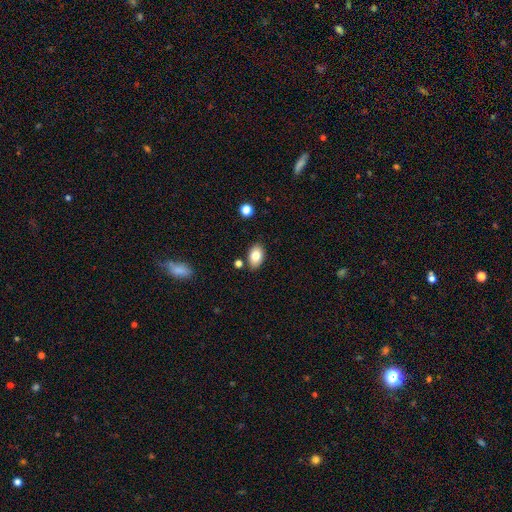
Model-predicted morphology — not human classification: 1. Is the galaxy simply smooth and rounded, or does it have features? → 81% smooth, 11% featured or disk, 8% star or artifact.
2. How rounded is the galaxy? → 88% in between, 10% round, 1% cigar-shaped.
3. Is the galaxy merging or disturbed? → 83% none, 10% minor disturbance, 4% merger, 2% major disturbance.